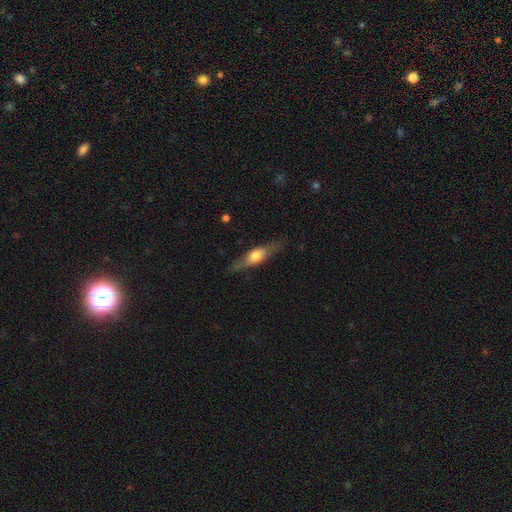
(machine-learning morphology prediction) Q: Smooth or featured?
A: featured or disk (56%); runner-up: smooth (39%)
Q: Edge-on disk?
A: yes (88%); runner-up: no (12%)
Q: Merging?
A: none (82%); runner-up: minor disturbance (13%)